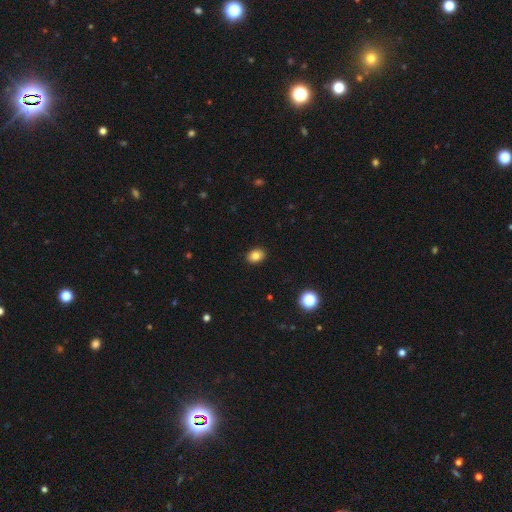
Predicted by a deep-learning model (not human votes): This appears to be a smooth galaxy with no disk features (83%) that is in between round and cigar-shaped (70%). Merging: none (90%).